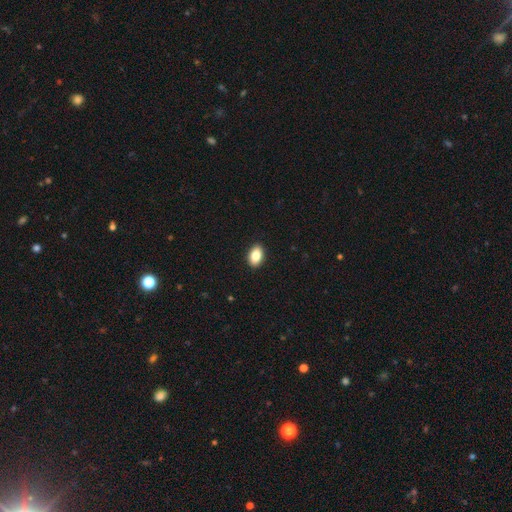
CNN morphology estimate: smooth-or-featured: smooth: 85% | star or artifact: 8% | featured or disk: 8%
  how-rounded: in between: 88% | round: 10% | cigar-shaped: 1%
  merging: none: 91% | minor disturbance: 7% | major disturbance: 2% | merger: 1%